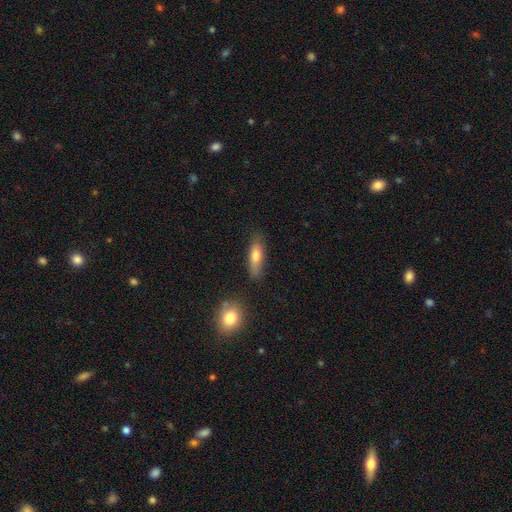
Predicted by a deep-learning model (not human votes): Morphology: type=smooth (71%); roundness=cigar-shaped (49%); merging=none (76%).